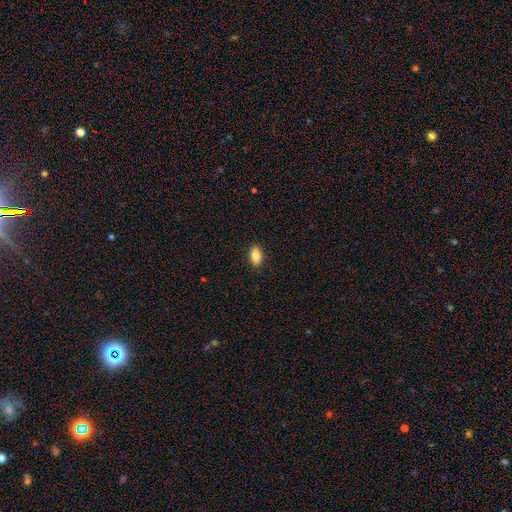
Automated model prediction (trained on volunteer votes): A smooth galaxy with no disk features (85%) that is in between round and cigar-shaped (90%).

Vote fractions:
- Smooth or featured? smooth: 85% / featured or disk: 8% / star or artifact: 8%
- How rounded? in between: 90% / round: 5% / cigar-shaped: 5%
- Merging? none: 89% / minor disturbance: 8% / major disturbance: 2% / merger: 1%